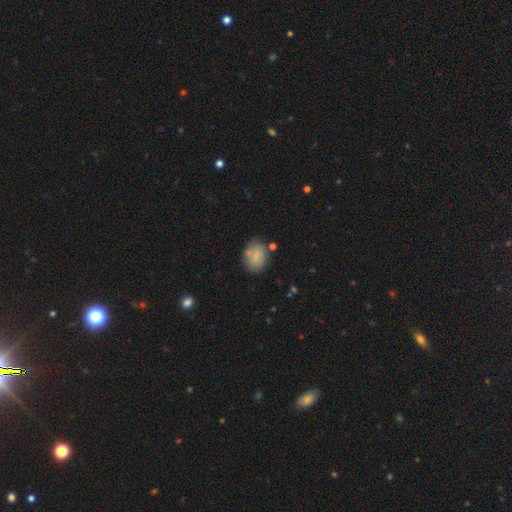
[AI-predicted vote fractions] A smooth galaxy with no disk features (78%) that is in between round and cigar-shaped (69%). Merging: none (65%).